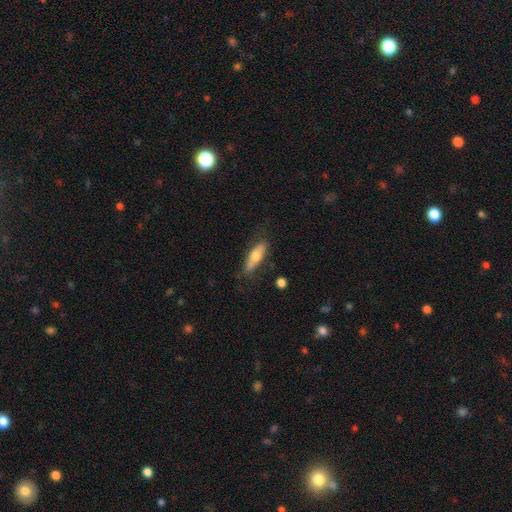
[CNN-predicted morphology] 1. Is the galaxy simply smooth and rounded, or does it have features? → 60% smooth, 34% featured or disk, 6% star or artifact.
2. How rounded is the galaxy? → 49% in between (tied), 49% cigar-shaped (tied), 2% round.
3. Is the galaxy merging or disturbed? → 71% none, 20% minor disturbance, 7% major disturbance, 2% merger.